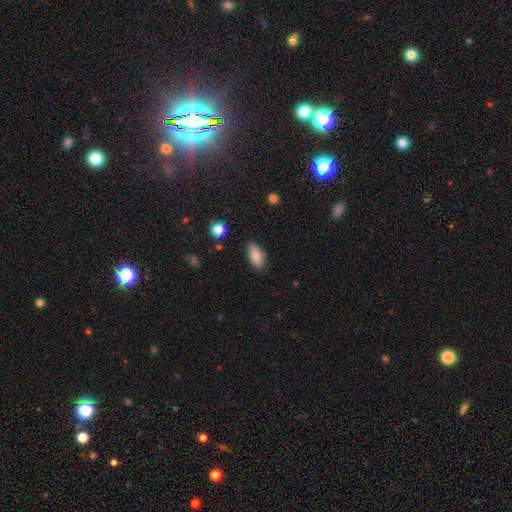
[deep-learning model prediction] Overall: smooth (87%). How rounded: in between (85%). Merging: none (86%).